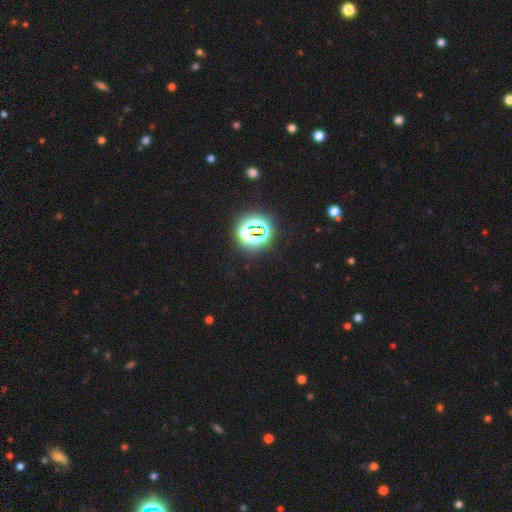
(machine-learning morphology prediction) star or artifact 82%, smooth 12%, featured or disk 6%.